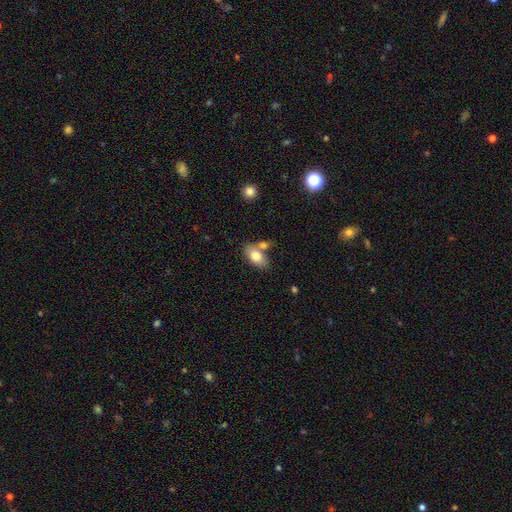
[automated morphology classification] Q: Smooth or featured?
A: smooth (79%); runner-up: featured or disk (14%)
Q: How rounded?
A: in between (90%); runner-up: round (7%)
Q: Merging?
A: none (51%); runner-up: merger (30%)